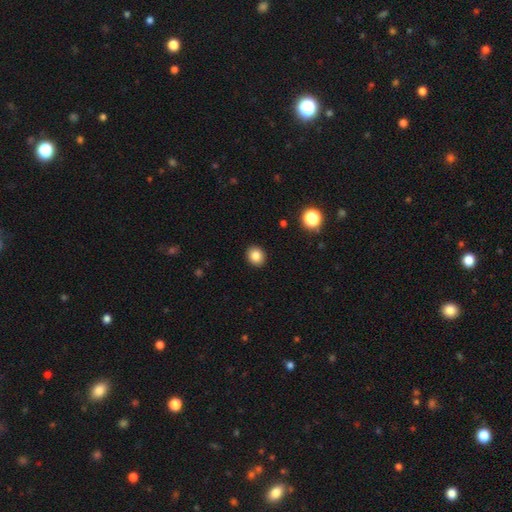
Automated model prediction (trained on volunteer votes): smooth-or-featured: smooth: 84% | star or artifact: 10% | featured or disk: 6%
  how-rounded: round: 70% | in between: 29% | cigar-shaped: 1%
  merging: none: 92% | minor disturbance: 5% | major disturbance: 2% | merger: 1%